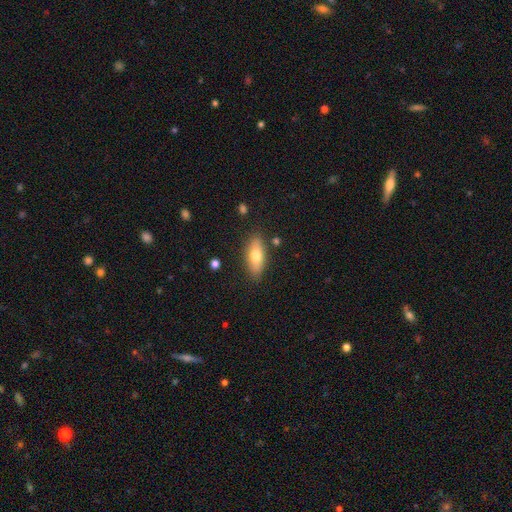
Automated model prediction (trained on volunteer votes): smooth-or-featured: smooth: 68% | featured or disk: 25% | star or artifact: 7%
  how-rounded: in between: 75% | cigar-shaped: 22% | round: 3%
  merging: none: 85% | minor disturbance: 11% | major disturbance: 2% | merger: 2%